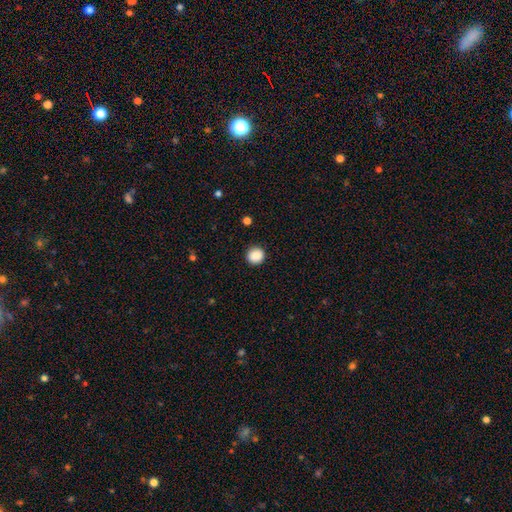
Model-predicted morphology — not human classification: Q: Smooth or featured?
A: smooth (88%); runner-up: star or artifact (9%)
Q: How rounded?
A: round (93%); runner-up: in between (6%)
Q: Merging?
A: none (91%); runner-up: minor disturbance (6%)